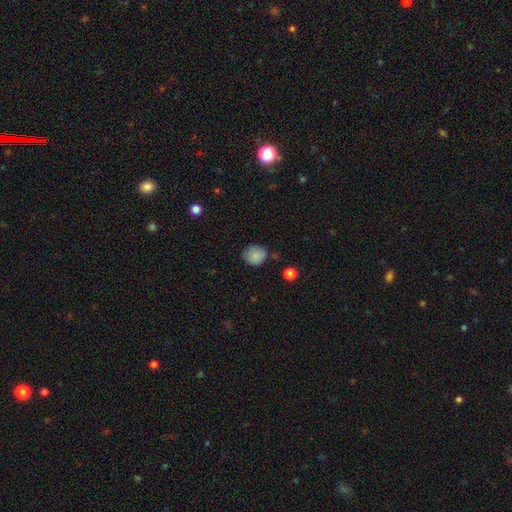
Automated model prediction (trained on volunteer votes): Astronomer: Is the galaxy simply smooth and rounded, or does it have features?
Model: smooth — 85%.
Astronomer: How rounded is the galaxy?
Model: round — 74%.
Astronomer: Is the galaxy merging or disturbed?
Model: none — 69%.